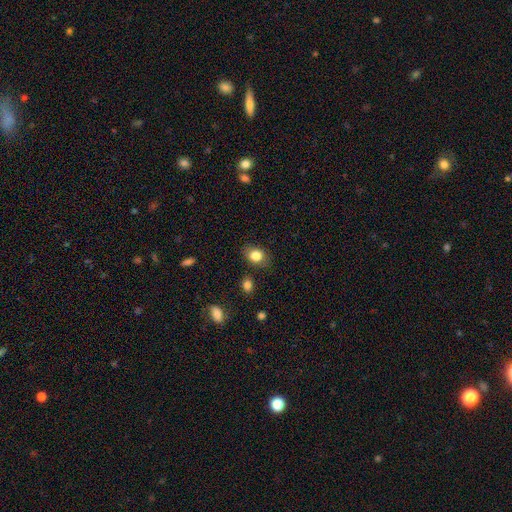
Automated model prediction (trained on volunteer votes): smooth-or-featured: smooth: 83% | star or artifact: 9% | featured or disk: 8%
  how-rounded: in between: 63% | round: 36% | cigar-shaped: 1%
  merging: none: 80% | minor disturbance: 14% | major disturbance: 4% | merger: 3%